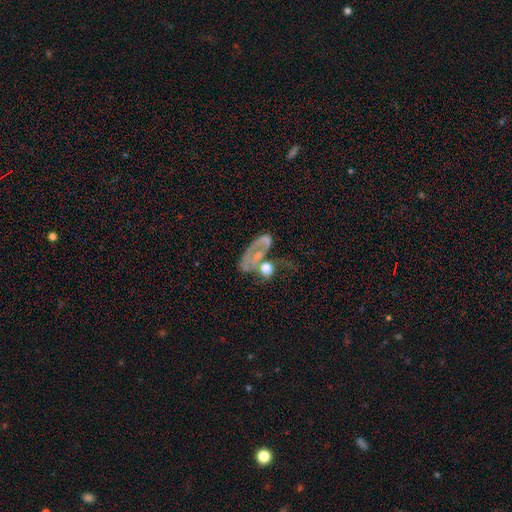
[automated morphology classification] This is possibly a featured or disk galaxy (54%). It is clearly not viewed edge-on (94%). Bar: likely no (78%). Spiral arm pattern: possibly no (56%). Central bulge: marginally moderate (36%). Merging: marginally merger (32%).